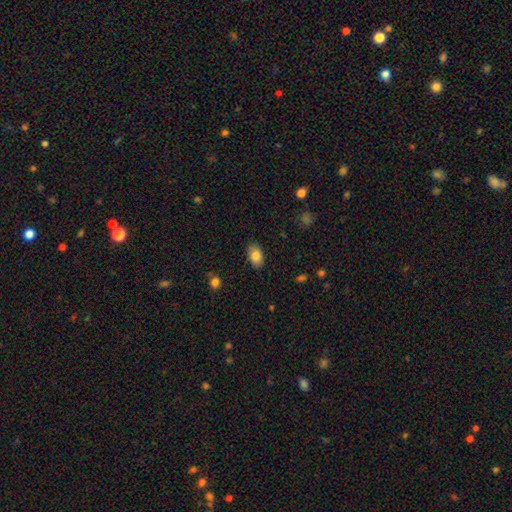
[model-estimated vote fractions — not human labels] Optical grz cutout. It shows a smooth galaxy with no disk features (85%) that is in between round and cigar-shaped (91%). Merging: none (86%).